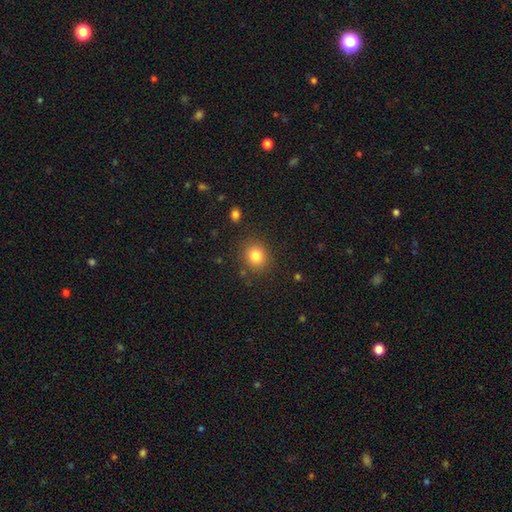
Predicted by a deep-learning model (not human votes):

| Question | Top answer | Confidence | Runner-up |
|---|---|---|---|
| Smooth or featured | smooth | 82% | star or artifact (11%) |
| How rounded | round | 83% | in between (16%) |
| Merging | none | 87% | minor disturbance (8%) |